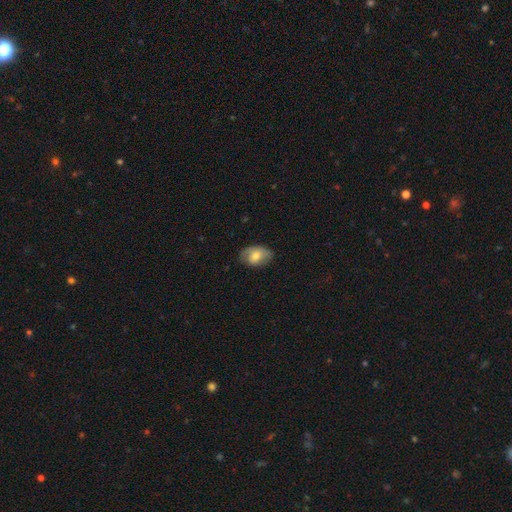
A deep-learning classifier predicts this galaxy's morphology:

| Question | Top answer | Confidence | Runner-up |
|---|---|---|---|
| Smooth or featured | smooth | 66% | featured or disk (27%) |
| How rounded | in between | 83% | round (16%) |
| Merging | none | 68% | minor disturbance (24%) |